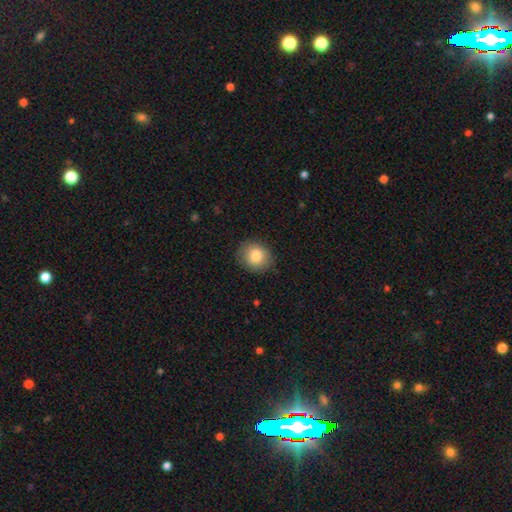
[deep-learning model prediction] smooth-or-featured: smooth: 84% | star or artifact: 9% | featured or disk: 8%
  how-rounded: round: 75% | in between: 24% | cigar-shaped: 1%
  merging: none: 87% | minor disturbance: 10% | major disturbance: 3% | merger: 1%